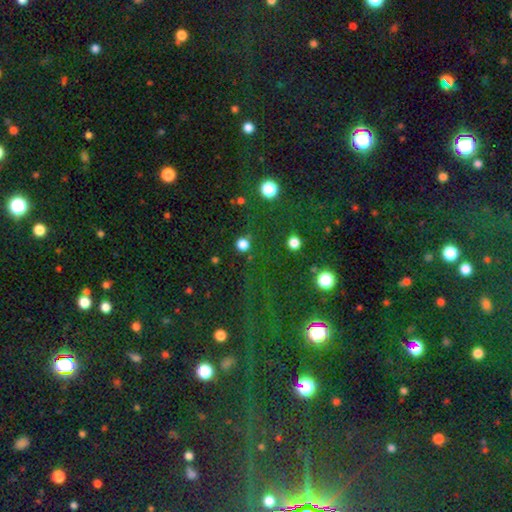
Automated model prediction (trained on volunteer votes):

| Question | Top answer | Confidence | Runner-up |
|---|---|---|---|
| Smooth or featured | star or artifact | 80% | smooth (13%) |